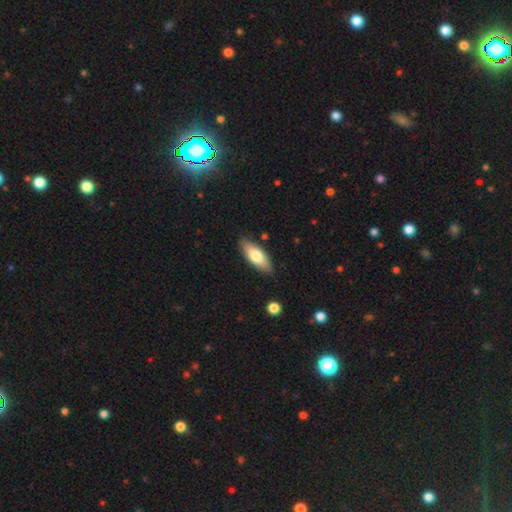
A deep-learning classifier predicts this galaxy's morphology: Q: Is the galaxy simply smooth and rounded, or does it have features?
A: smooth — 74%.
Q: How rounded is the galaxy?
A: in between — 75%.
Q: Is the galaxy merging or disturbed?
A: none — 85%.